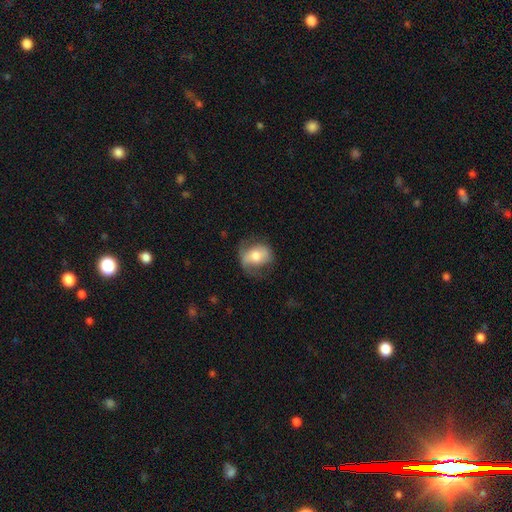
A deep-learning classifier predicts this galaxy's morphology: This appears to be a smooth galaxy with no disk features (51%) that is in between round and cigar-shaped (57%). Merging: none (51%).